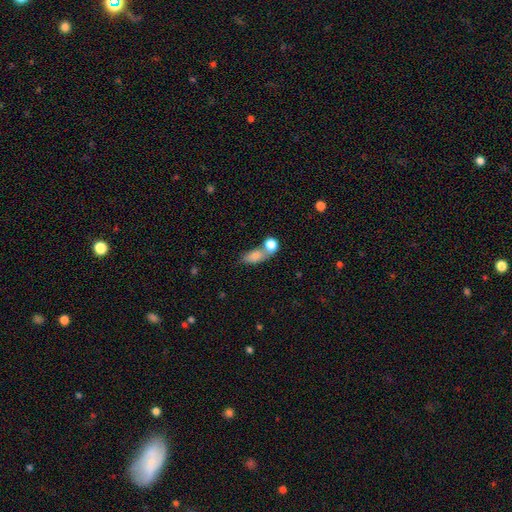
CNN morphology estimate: This is clearly a smooth galaxy (81%). How rounded: likely in between (77%). Merging: marginally merger (42%).